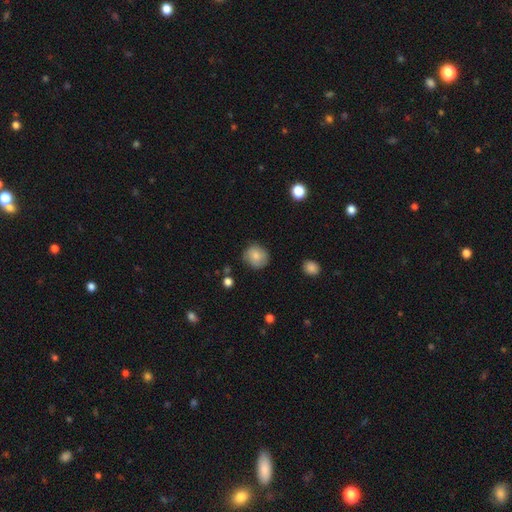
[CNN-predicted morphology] Overall: smooth (81%). How rounded: round (86%). Merging: none (79%).